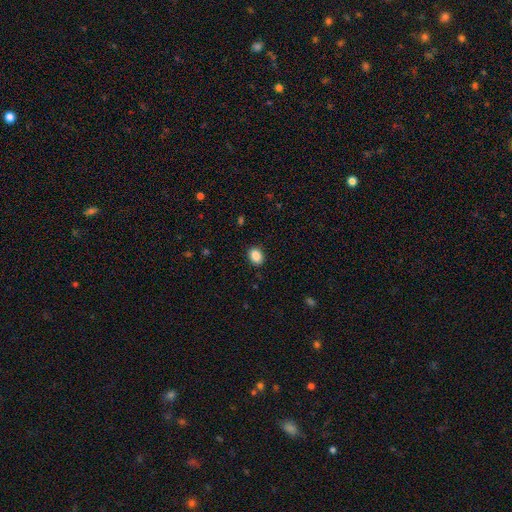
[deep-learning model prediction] This is clearly a smooth galaxy (88%). How rounded: possibly in between (58%). Merging: clearly none (89%).